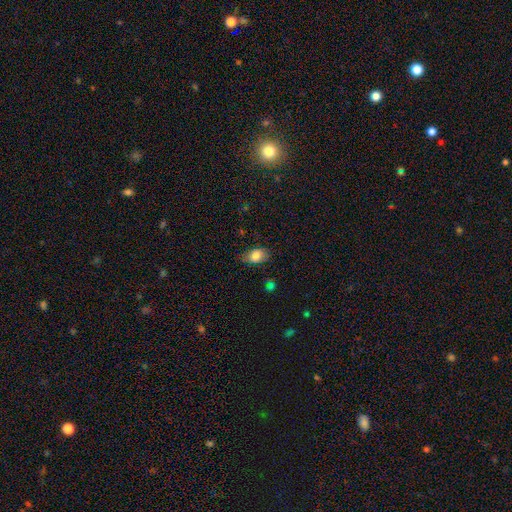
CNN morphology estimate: Overall: smooth (83%). How rounded: in between (84%). Merging: none (76%).